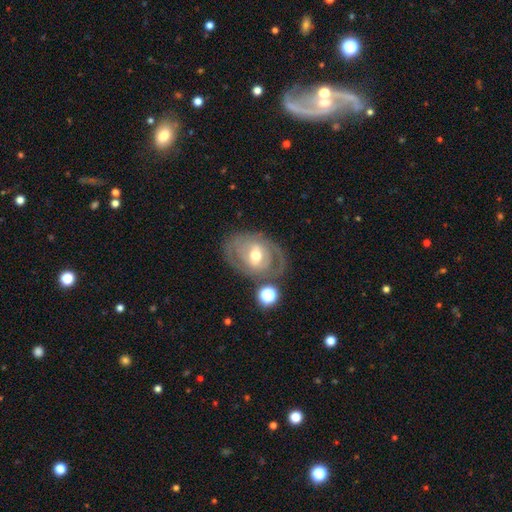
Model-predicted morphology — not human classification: Smooth or featured? featured or disk (72%)
Edge-on disk? no (95%)
Bar? weak (43%)
Spiral arms? yes (66%)
Bulge size? moderate (70%)
Merging? none (67%)